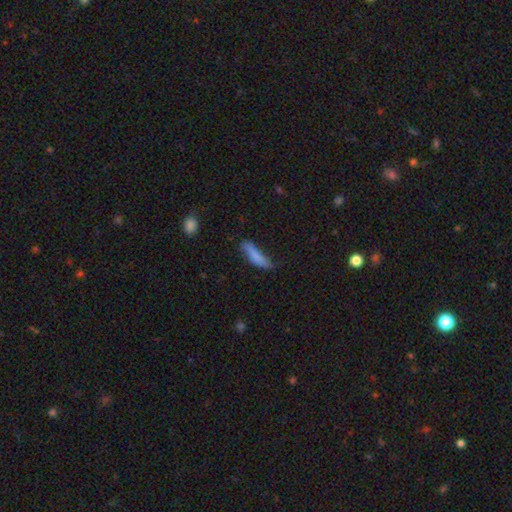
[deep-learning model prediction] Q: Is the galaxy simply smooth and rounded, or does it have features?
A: smooth — 79%.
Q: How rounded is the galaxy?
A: cigar-shaped — 73%.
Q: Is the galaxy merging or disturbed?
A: none — 53%.